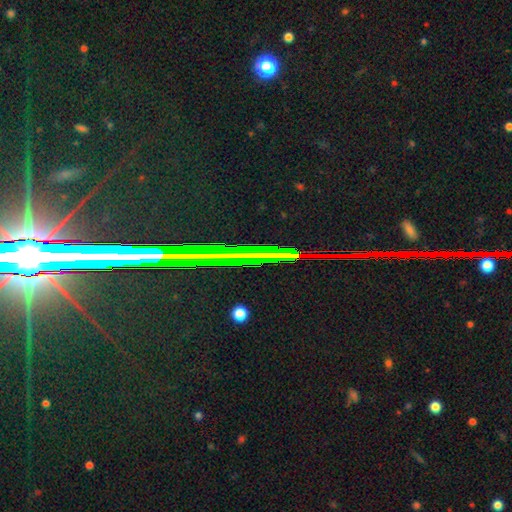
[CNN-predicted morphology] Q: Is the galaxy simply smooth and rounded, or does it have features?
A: star or artifact — 79%.